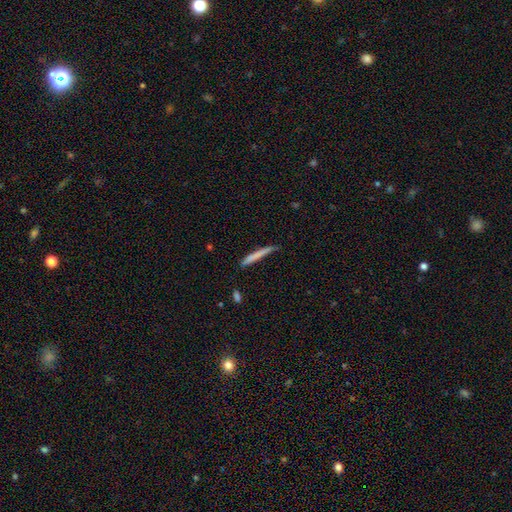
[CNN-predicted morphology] Smooth or featured?
  - smooth: 72% *
  - featured or disk: 22%
  - star or artifact: 6%
How rounded?
  - cigar-shaped: 96% *
  - in between: 3%
  - round: 1%
Merging?
  - none: 77% *
  - minor disturbance: 17%
  - major disturbance: 3%
  - merger: 2%